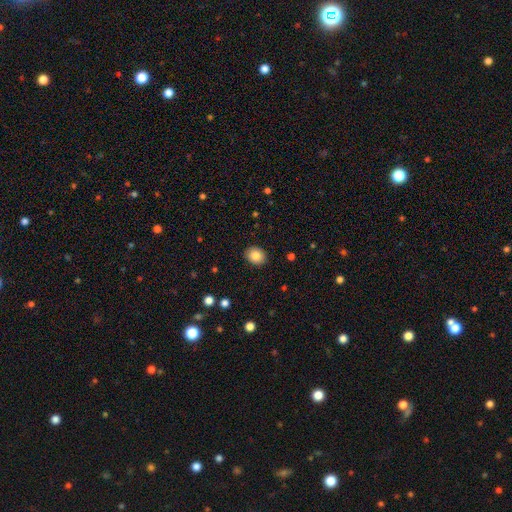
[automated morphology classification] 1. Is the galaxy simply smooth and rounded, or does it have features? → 85% smooth, 9% star or artifact, 6% featured or disk.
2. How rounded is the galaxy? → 54% round, 45% in between, 1% cigar-shaped.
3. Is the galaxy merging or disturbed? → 90% none, 7% minor disturbance, 2% major disturbance, 1% merger.